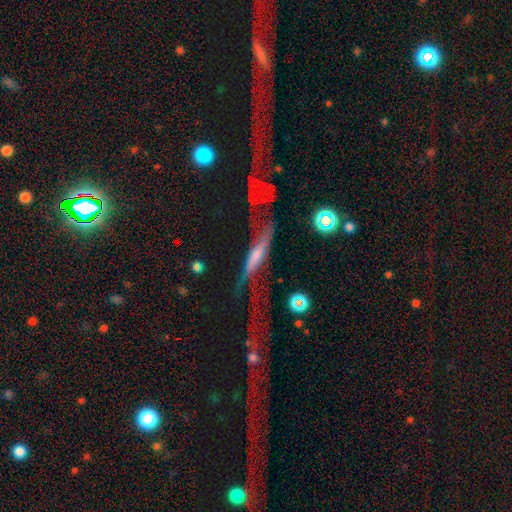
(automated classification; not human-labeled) This is likely a featured or disk galaxy (63%). It is likely viewed edge-on (60%). Merging: marginally none (39%).